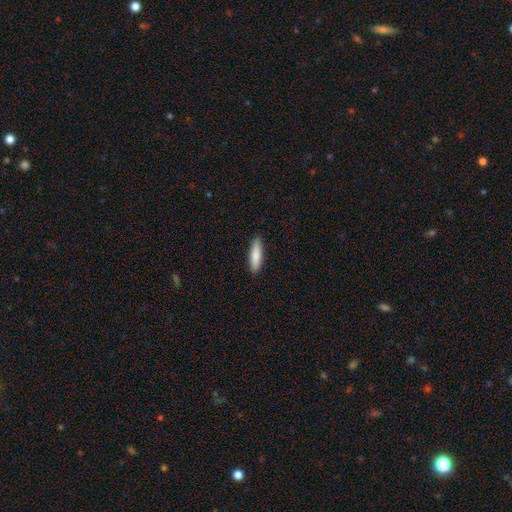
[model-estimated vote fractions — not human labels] Smooth or featured? Predicted: smooth (p=0.84). How rounded? Predicted: cigar-shaped (p=0.70). Merging? Predicted: none (p=0.89).